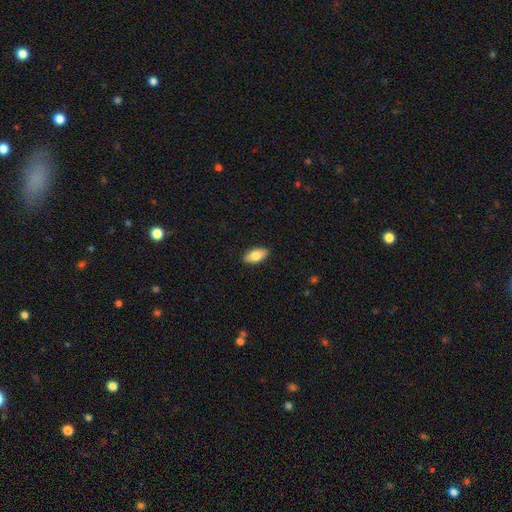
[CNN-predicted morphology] A smooth galaxy with no disk features (79%) that is in between round and cigar-shaped (90%).

Vote fractions:
- Smooth or featured? smooth: 79% / featured or disk: 15% / star or artifact: 6%
- How rounded? in between: 90% / cigar-shaped: 6% / round: 3%
- Merging? none: 89% / minor disturbance: 8% / major disturbance: 2% / merger: 1%